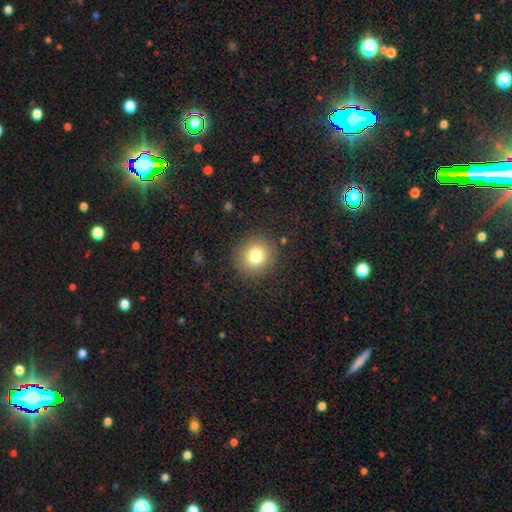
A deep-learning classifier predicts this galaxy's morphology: smooth 79%, star or artifact 12%, featured or disk 9%. Down the decision tree: how rounded — round (90%); merging — none (89%).